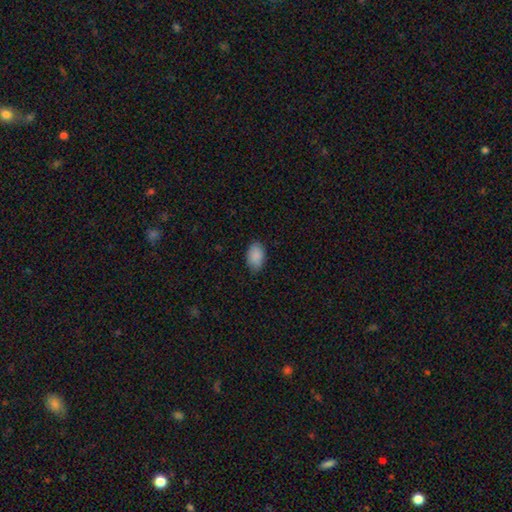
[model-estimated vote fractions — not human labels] Q: Smooth or featured?
A: smooth (90%); runner-up: star or artifact (7%)
Q: How rounded?
A: in between (90%); runner-up: round (8%)
Q: Merging?
A: none (81%); runner-up: minor disturbance (15%)